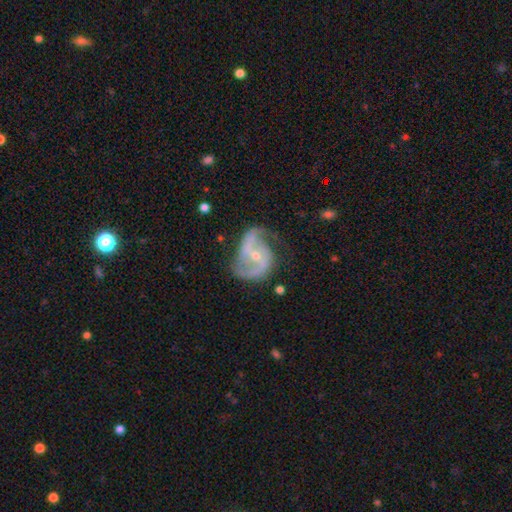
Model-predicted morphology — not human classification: Overall: featured or disk (88%). Edge-on disk: no (97%). Bar: weak (41%; no 32%). Spiral arms: yes (96%). Spiral arm count: 2 (87%). Spiral winding: medium (49%; loose 37%). Bulge size: small (60%; moderate 36%). Merging: none (62%; minor disturbance 23%).